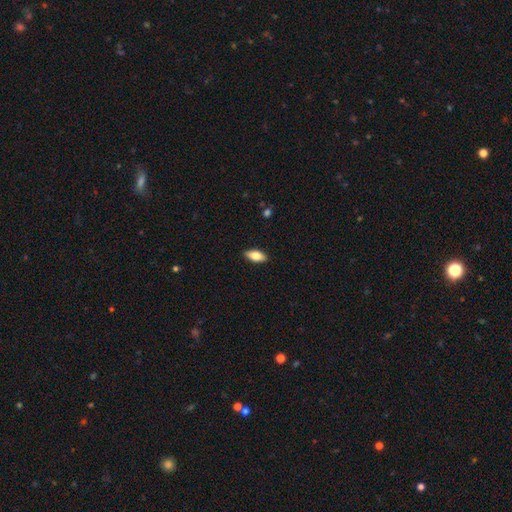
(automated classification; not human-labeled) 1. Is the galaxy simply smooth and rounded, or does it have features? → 77% smooth, 16% featured or disk, 6% star or artifact.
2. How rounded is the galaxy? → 87% in between, 10% cigar-shaped, 3% round.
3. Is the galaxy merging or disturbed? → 89% none, 8% minor disturbance, 2% major disturbance, 1% merger.